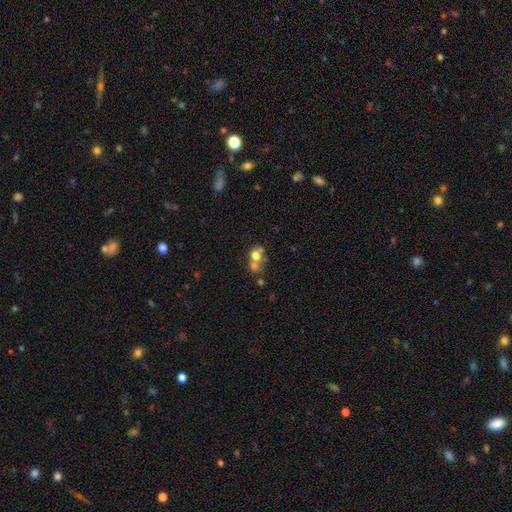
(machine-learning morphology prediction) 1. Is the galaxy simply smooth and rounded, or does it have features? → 66% smooth, 19% featured or disk, 14% star or artifact.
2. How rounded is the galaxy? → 67% round, 31% in between, 1% cigar-shaped.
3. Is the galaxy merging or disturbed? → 55% merger, 32% none, 8% minor disturbance, 5% major disturbance.